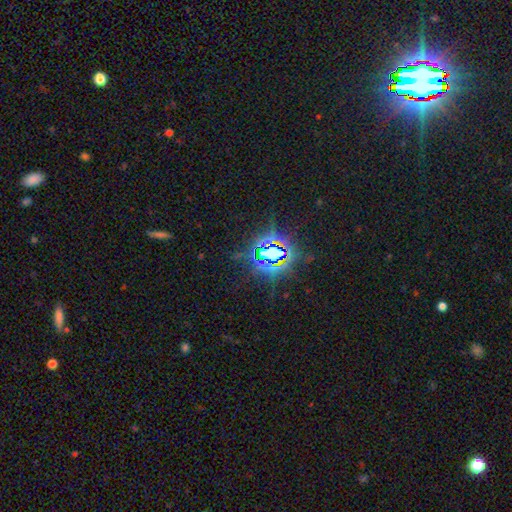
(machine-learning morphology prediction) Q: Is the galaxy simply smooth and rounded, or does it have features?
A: star or artifact — 82%.